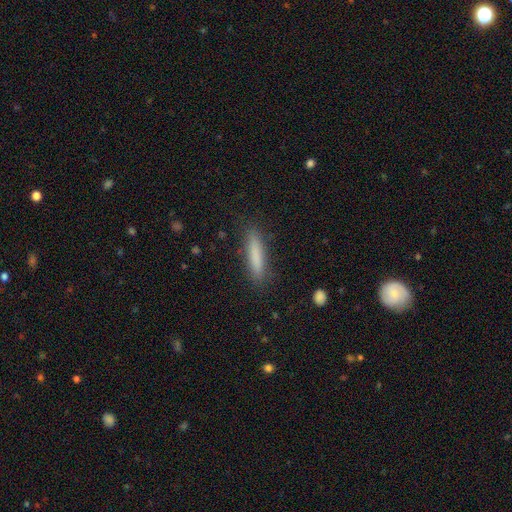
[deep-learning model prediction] Smooth or featured? smooth (81%)
How rounded? cigar-shaped (86%)
Merging? none (87%)